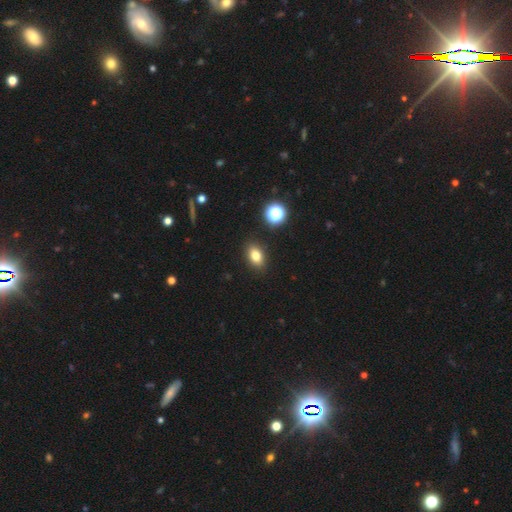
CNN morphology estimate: The model was most divided on "how rounded": in between: 79%, round: 19%, cigar-shaped: 2%. More confident: merging — none (88%); smooth or featured — smooth (80%).